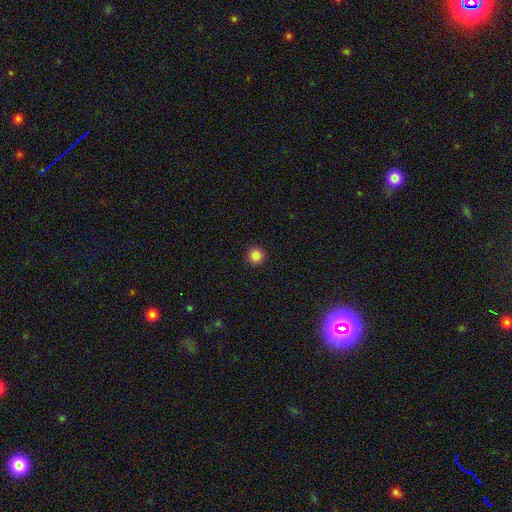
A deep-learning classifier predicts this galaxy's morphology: Overall: smooth (85%). How rounded: round (95%). Merging: none (93%).